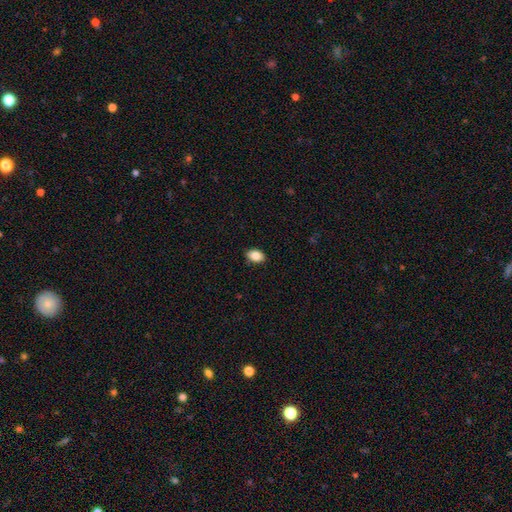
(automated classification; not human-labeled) This appears to be a smooth galaxy with no disk features (86%) that is in between round and cigar-shaped (85%). Merging: none (87%).